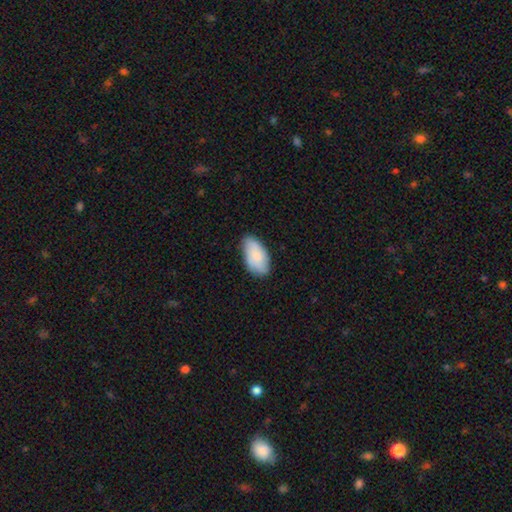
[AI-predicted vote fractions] Overall: smooth (81%). How rounded: in between (95%). Merging: none (75%).